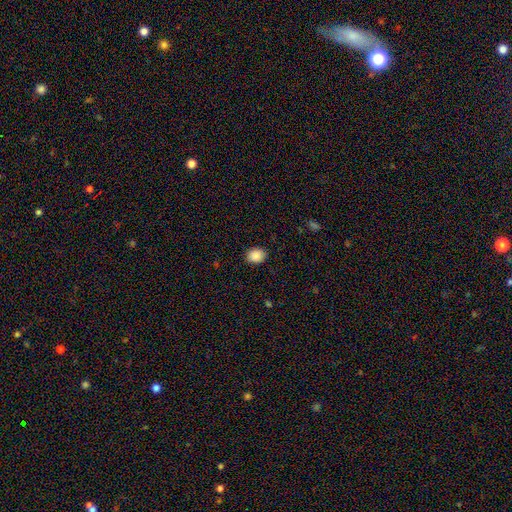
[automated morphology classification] smooth-or-featured: smooth: 88% | star or artifact: 8% | featured or disk: 3%
  how-rounded: in between: 54% | round: 45% | cigar-shaped: 1%
  merging: none: 88% | minor disturbance: 9% | major disturbance: 2% | merger: 1%